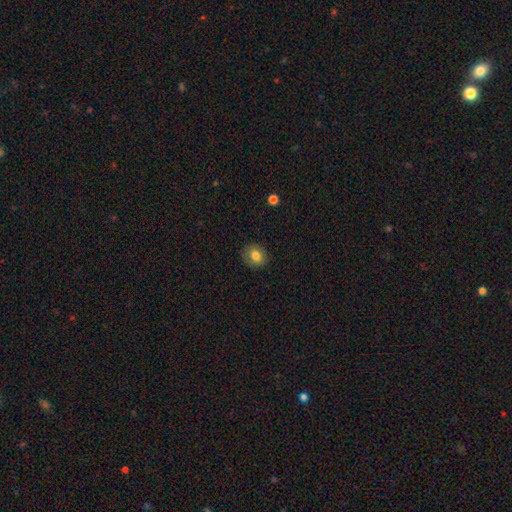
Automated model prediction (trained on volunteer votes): Smooth or featured: smooth — 80% (featured or disk — 11%)
How rounded: round — 62% (in between — 37%)
Merging: none — 86% (minor disturbance — 10%)